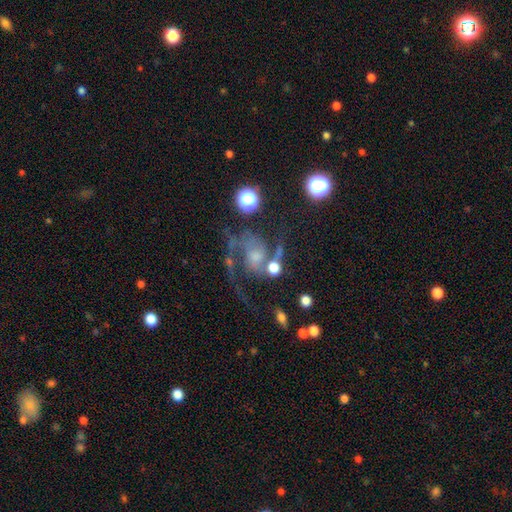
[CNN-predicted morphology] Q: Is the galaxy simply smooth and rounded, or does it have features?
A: featured or disk — 78%.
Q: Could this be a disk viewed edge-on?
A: no — 98%.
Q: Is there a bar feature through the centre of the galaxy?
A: no — 59%.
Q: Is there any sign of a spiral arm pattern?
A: yes — 93%.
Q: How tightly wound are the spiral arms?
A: medium — 50%.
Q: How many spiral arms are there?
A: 2 — 65%.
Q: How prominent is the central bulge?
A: small — 38%.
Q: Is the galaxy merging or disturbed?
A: none — 42%.